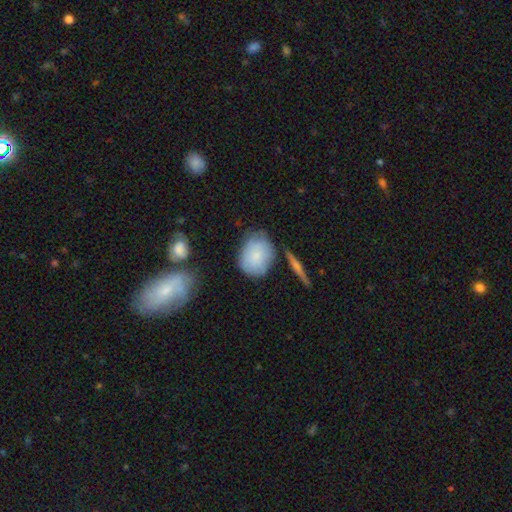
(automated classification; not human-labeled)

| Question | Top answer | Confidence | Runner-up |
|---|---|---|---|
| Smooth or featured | smooth | 78% | featured or disk (15%) |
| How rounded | in between | 52% | round (46%) |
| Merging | none | 63% | minor disturbance (23%) |